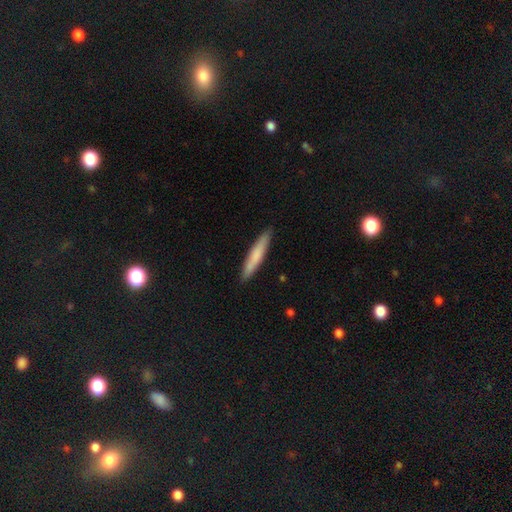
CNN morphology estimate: The model was most divided on "smooth or featured": smooth: 71%, featured or disk: 24%, star or artifact: 5%. More confident: how rounded — cigar-shaped (92%); merging — none (88%).